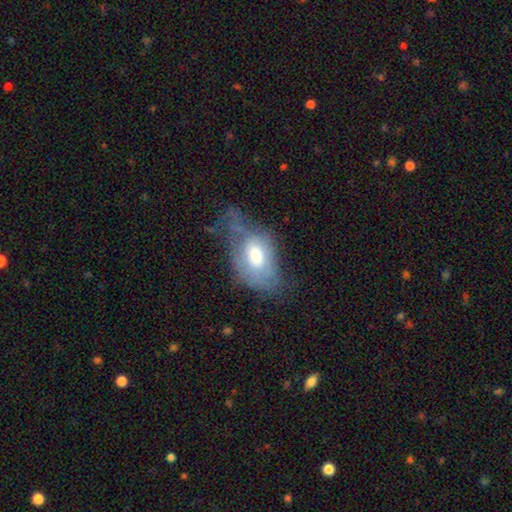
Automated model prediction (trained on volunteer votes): This is possibly a smooth galaxy (57%). How rounded: clearly in between (90%). Merging: marginally major disturbance (38%).